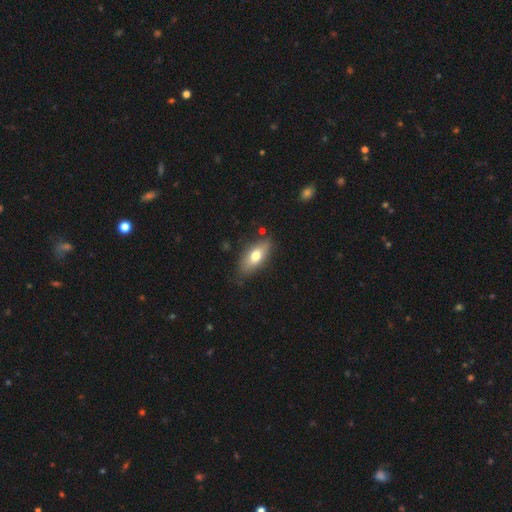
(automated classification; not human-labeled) Overall: smooth (71%). How rounded: in between (81%). Merging: none (80%).